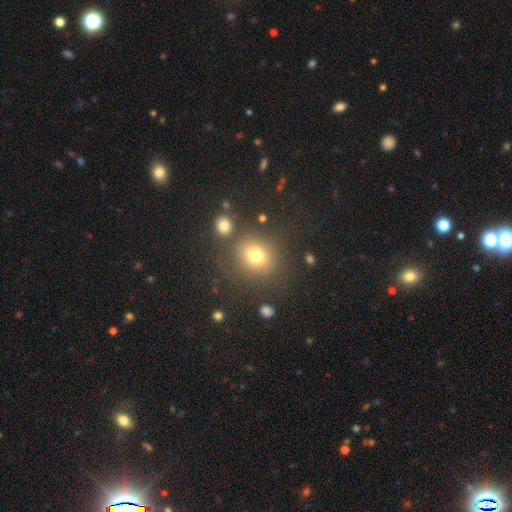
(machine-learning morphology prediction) A smooth galaxy with no disk features (75%) that is round (77%).

Vote fractions:
- Smooth or featured? smooth: 75% / star or artifact: 15% / featured or disk: 10%
- How rounded? round: 77% / in between: 22% / cigar-shaped: 1%
- Merging? none: 75% / minor disturbance: 11% / merger: 9% / major disturbance: 6%